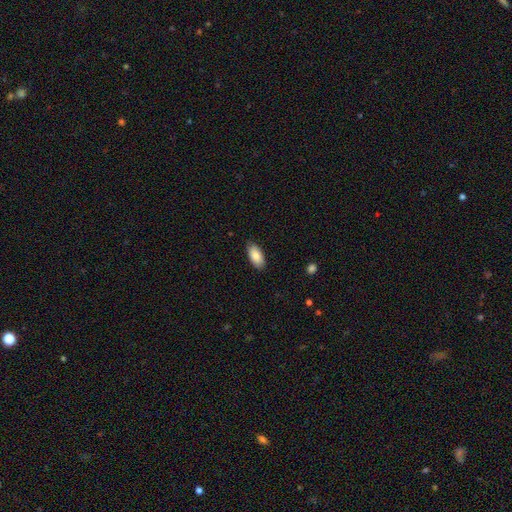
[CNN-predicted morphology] smooth_or_featured: smooth (p=0.85) [alt: featured or disk p=0.08]
how_rounded: in between (p=0.93) [alt: cigar-shaped p=0.05]
merging: none (p=0.85) [alt: minor disturbance p=0.11]